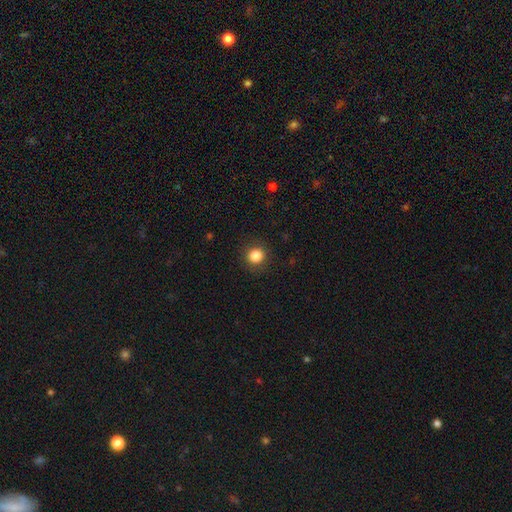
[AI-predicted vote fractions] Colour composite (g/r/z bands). It shows a smooth galaxy with no disk features (85%) that is round (90%). Merging: none (90%).